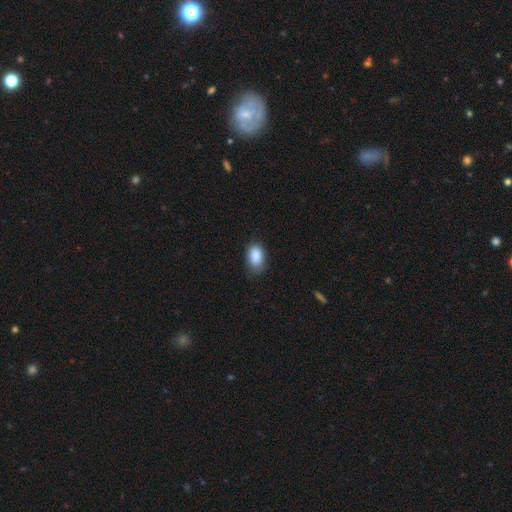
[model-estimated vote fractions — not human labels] Smooth or featured? smooth (88%)
How rounded? in between (86%)
Merging? none (71%)